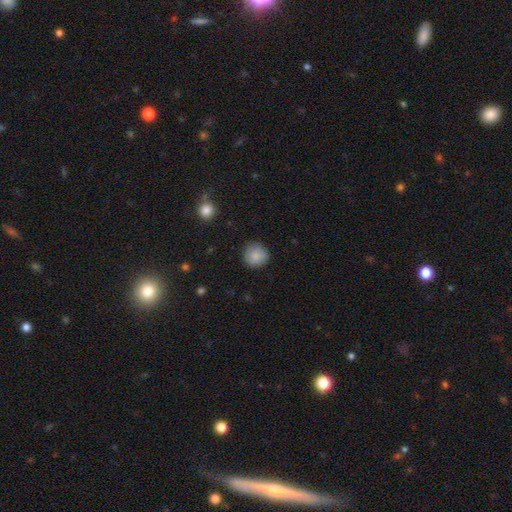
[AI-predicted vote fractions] This is clearly a smooth galaxy (86%). How rounded: clearly round (93%). Merging: clearly none (87%).